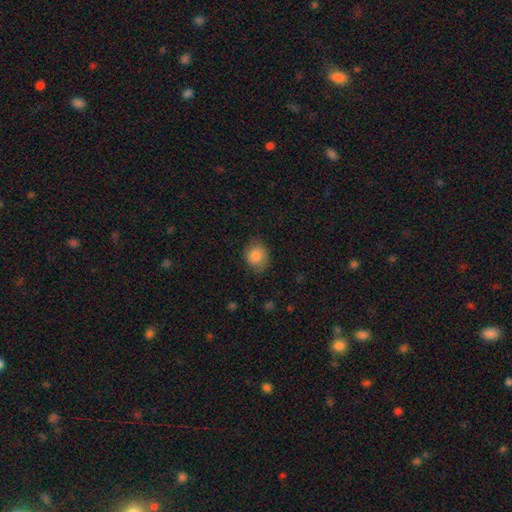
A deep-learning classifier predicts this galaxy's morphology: A smooth galaxy with no disk features (85%) that is round (60%).

Vote fractions:
- Smooth or featured? smooth: 85% / star or artifact: 8% / featured or disk: 7%
- How rounded? round: 60% / in between: 39% / cigar-shaped: 1%
- Merging? none: 75% / minor disturbance: 19% / major disturbance: 5% / merger: 1%